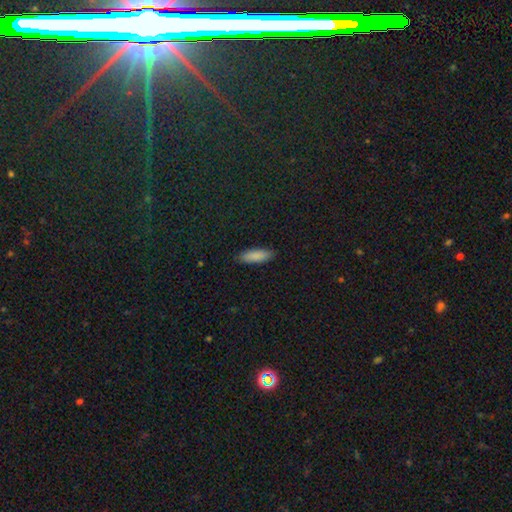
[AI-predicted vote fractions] Morphology: type=smooth (88%); roundness=in between (53%); merging=none (88%).